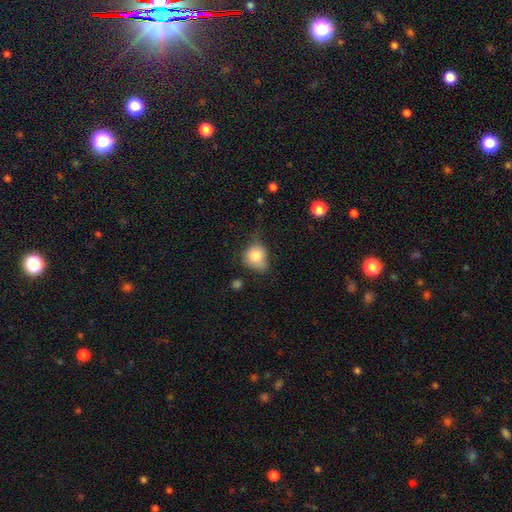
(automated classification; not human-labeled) Morphology: type=smooth (79%); roundness=round (67%); merging=minor disturbance (40%, tied with none).